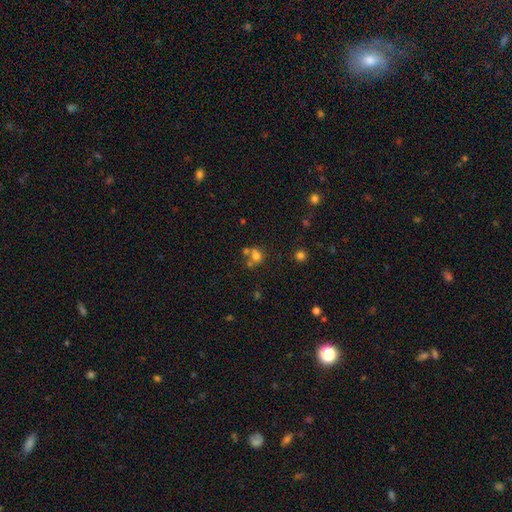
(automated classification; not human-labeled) This appears to be a smooth galaxy with no disk features (68%) that is round (63%). Merging: merger (41%).